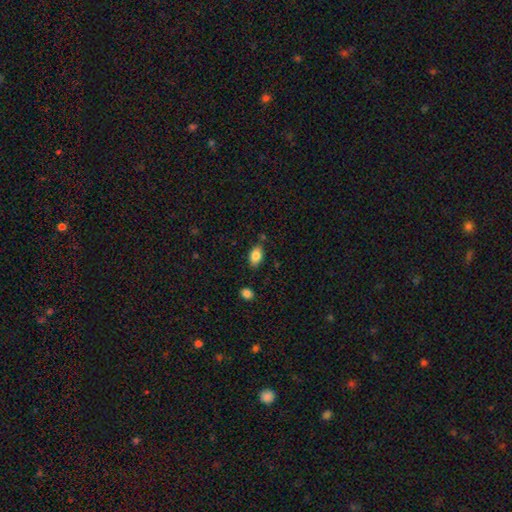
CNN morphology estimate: Overall: smooth (84%). How rounded: in between (90%). Merging: none (80%).